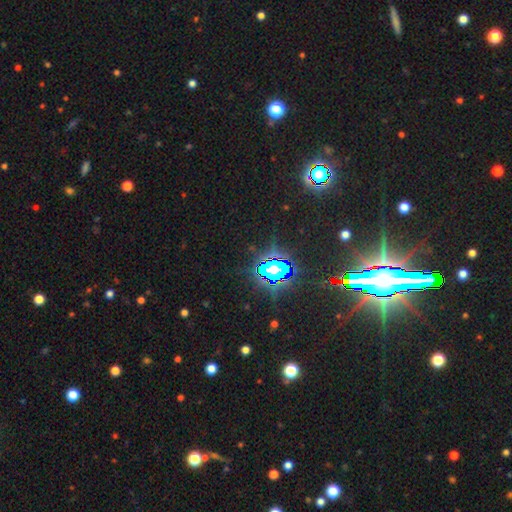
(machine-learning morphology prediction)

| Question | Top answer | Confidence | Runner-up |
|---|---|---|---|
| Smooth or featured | star or artifact | 86% | featured or disk (7%) |